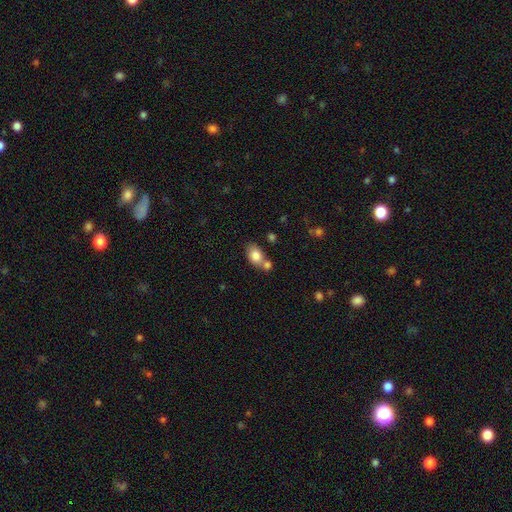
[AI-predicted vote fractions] Smooth or featured?
  - smooth: 81% *
  - featured or disk: 10%
  - star or artifact: 8%
How rounded?
  - in between: 79% *
  - round: 20%
  - cigar-shaped: 1%
Merging?
  - none: 49% *
  - merger: 35%
  - minor disturbance: 12%
  - major disturbance: 4%